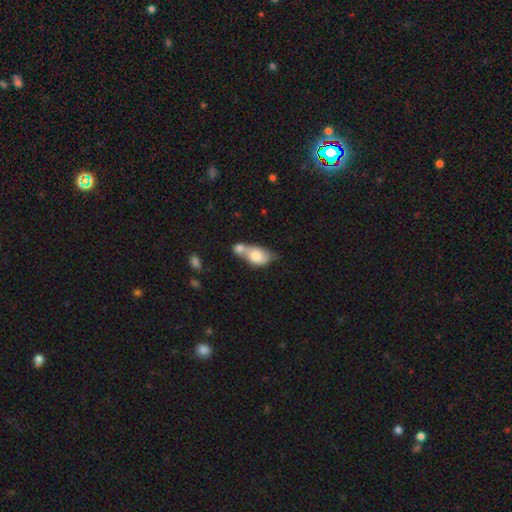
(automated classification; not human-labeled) Smooth or featured? smooth (71%)
How rounded? in between (79%)
Merging? merger (66%)